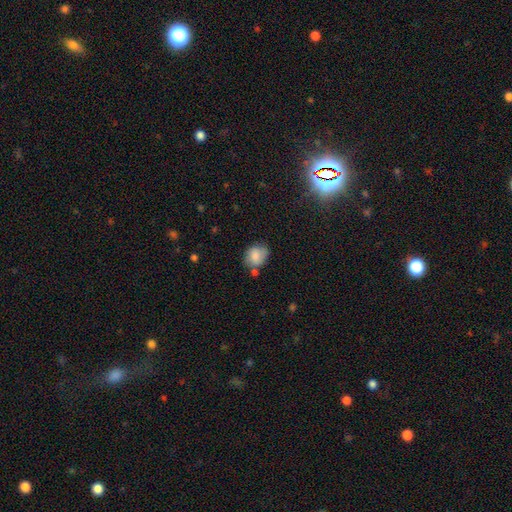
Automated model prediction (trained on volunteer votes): This is clearly a smooth galaxy (80%). How rounded: possibly round (50%). Merging: likely none (60%).